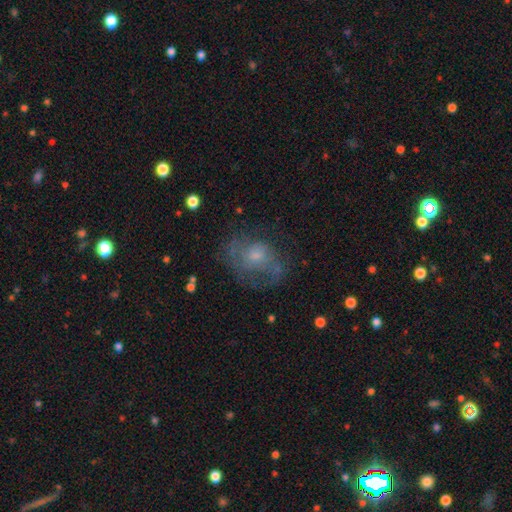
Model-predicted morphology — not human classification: A featured or disk galaxy (55%) with no bar (77%), spiral arms (64%) and a small central bulge (48%).

Vote fractions:
- Smooth or featured? featured or disk: 55% / smooth: 34% / star or artifact: 12%
- Edge-on disk? no: 97% / yes: 3%
- Bar? no: 77% / weak: 20% / strong: 3%
- Spiral arms? yes: 64% / no: 36%
- Bulge size? small: 48% / moderate: 38% / none: 7% / large: 5% / dominant: 1%
- Merging? none: 55% / minor disturbance: 22% / major disturbance: 21% / merger: 2%